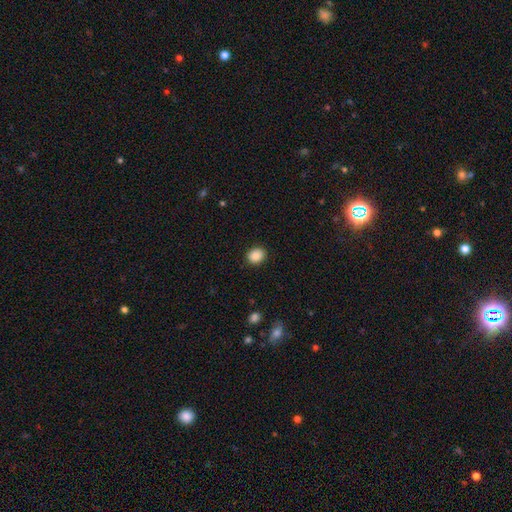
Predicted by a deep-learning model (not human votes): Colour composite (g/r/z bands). It shows a smooth galaxy with no disk features (87%) that is round (64%). Merging: none (90%).